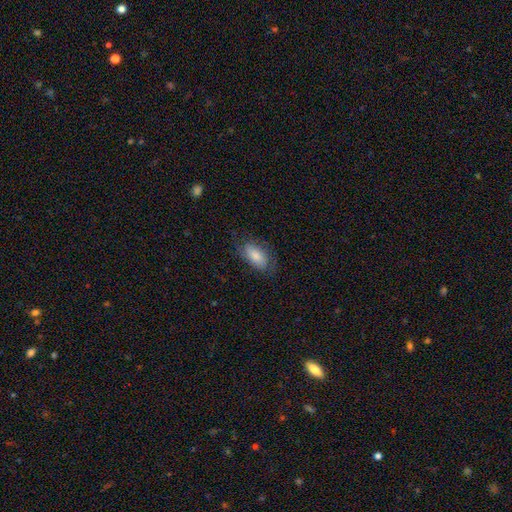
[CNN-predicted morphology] Q: Smooth or featured?
A: smooth (75%); runner-up: featured or disk (19%)
Q: How rounded?
A: in between (90%); runner-up: cigar-shaped (7%)
Q: Merging?
A: none (72%); runner-up: minor disturbance (20%)